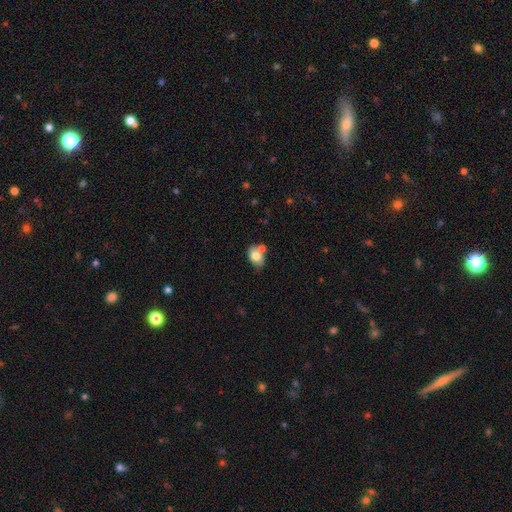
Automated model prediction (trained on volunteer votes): smooth-or-featured: smooth: 75% | featured or disk: 17% | star or artifact: 8%
  how-rounded: in between: 75% | round: 24% | cigar-shaped: 1%
  merging: none: 41% | merger: 35% | minor disturbance: 18% | major disturbance: 6%